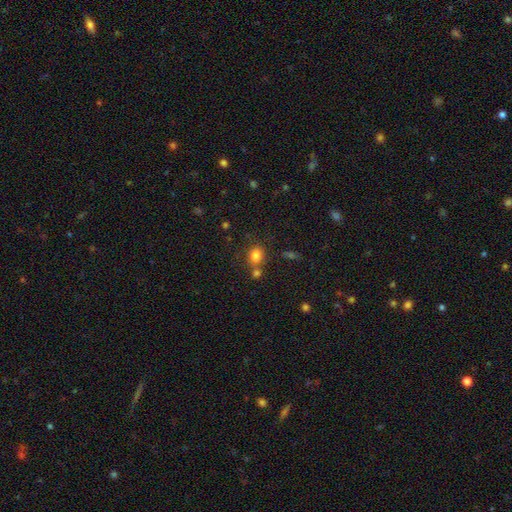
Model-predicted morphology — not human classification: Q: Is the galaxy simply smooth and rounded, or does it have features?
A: smooth — 81%.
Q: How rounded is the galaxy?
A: round — 61%.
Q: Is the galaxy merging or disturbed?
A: none — 65%.